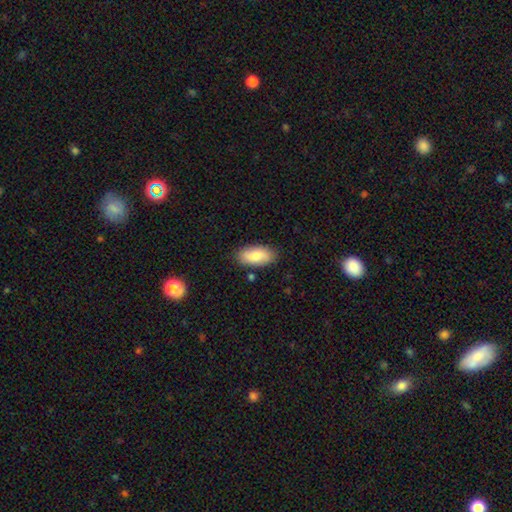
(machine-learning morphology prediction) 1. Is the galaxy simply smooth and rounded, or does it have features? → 80% smooth, 14% featured or disk, 6% star or artifact.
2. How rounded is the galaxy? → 92% in between, 5% cigar-shaped, 3% round.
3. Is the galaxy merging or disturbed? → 85% none, 11% minor disturbance, 2% merger, 2% major disturbance.